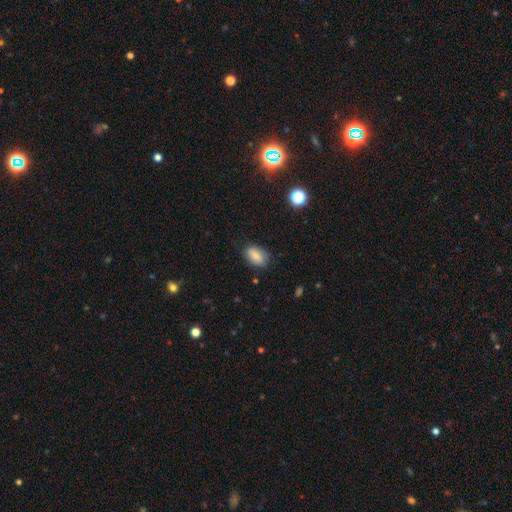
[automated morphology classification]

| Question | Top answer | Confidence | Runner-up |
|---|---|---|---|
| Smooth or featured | smooth | 81% | featured or disk (10%) |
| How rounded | in between | 89% | round (8%) |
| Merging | none | 75% | minor disturbance (20%) |